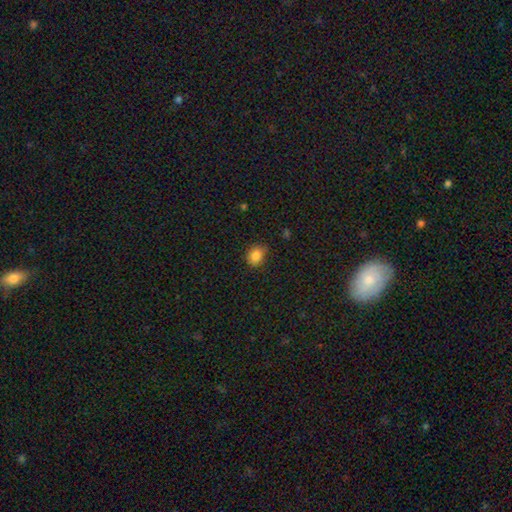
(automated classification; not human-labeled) The model was most divided on "how rounded": in between: 54%, round: 45%, cigar-shaped: 1%. More confident: smooth or featured — smooth (85%); merging — none (71%).